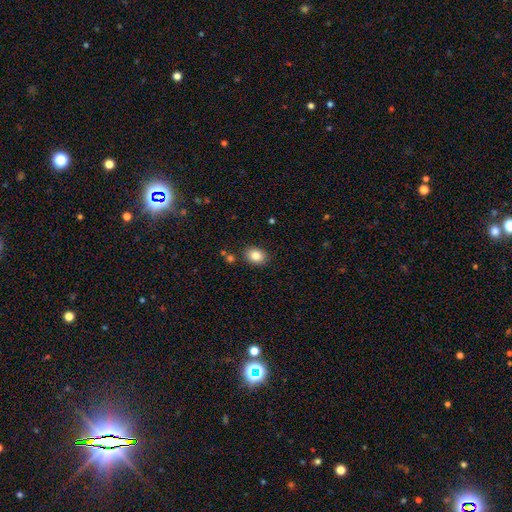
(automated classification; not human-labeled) Smooth or featured? smooth (85%)
How rounded? in between (61%)
Merging? none (86%)